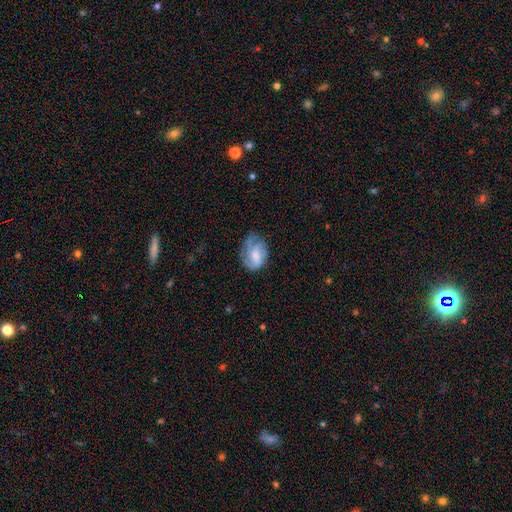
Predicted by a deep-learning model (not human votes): smooth-or-featured: featured or disk: 51% | smooth: 41% | star or artifact: 8%
  disk-edge-on: no: 97% | yes: 3%
  merging: none: 48% | minor disturbance: 31% | major disturbance: 20% | merger: 2%